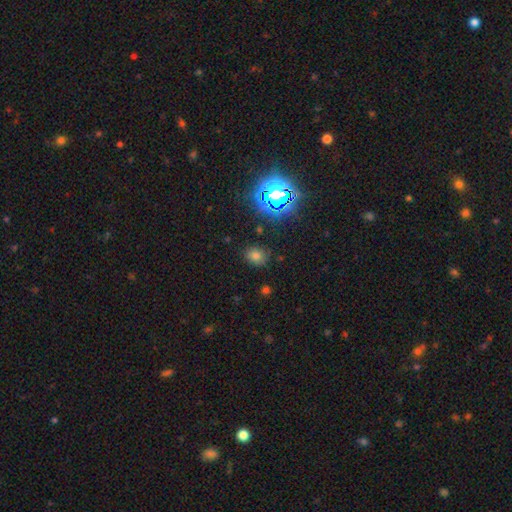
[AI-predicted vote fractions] smooth-or-featured: smooth: 65% | star or artifact: 28% | featured or disk: 7%
  how-rounded: round: 56% | in between: 43% | cigar-shaped: 1%
  merging: none: 83% | minor disturbance: 11% | major disturbance: 3% | merger: 2%